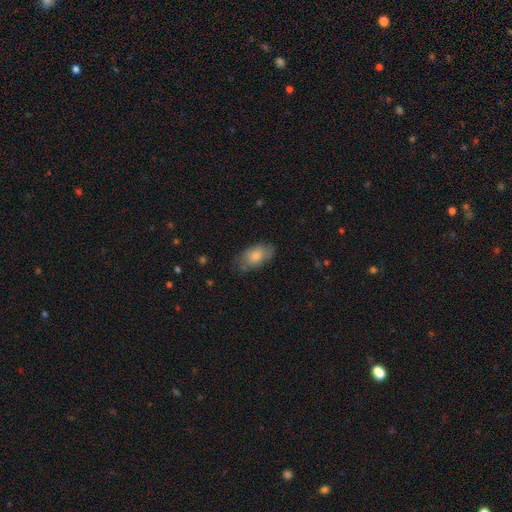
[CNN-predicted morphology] Smooth or featured? smooth (76%)
How rounded? in between (91%)
Merging? none (66%)